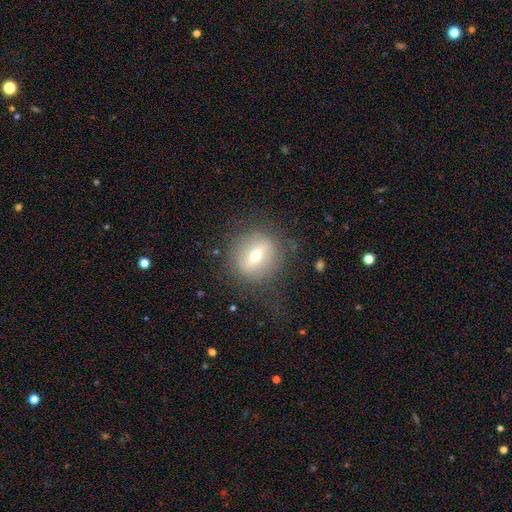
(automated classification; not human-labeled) smooth-or-featured: featured or disk: 45% | smooth: 44% | star or artifact: 11%
  merging: none: 78% | minor disturbance: 13% | major disturbance: 8% | merger: 1%